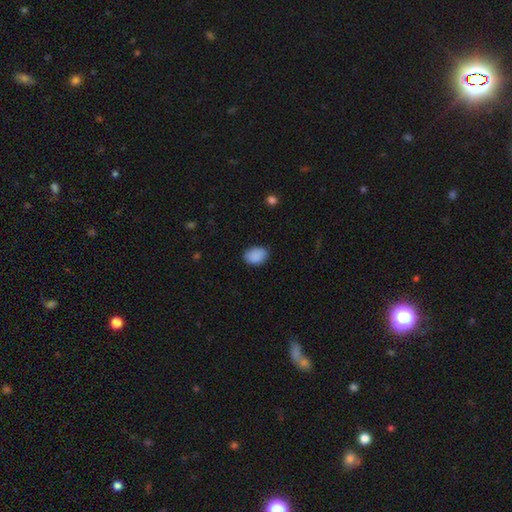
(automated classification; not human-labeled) Overall: smooth (90%). How rounded: in between (77%). Merging: none (84%).